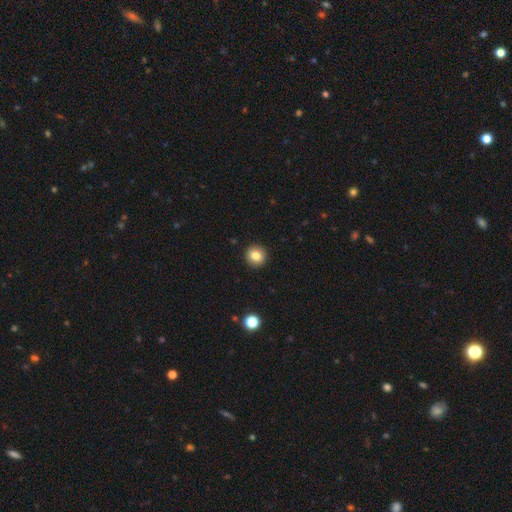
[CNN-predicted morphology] type=smooth (83%); roundness=round (92%); merging=none (93%).